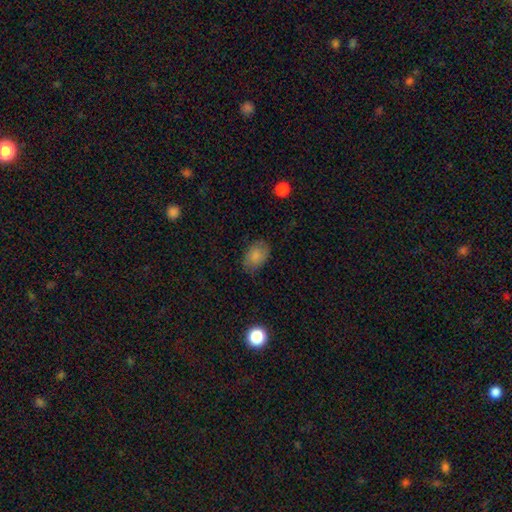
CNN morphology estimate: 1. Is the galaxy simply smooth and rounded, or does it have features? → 82% smooth, 10% featured or disk, 8% star or artifact.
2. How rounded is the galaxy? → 85% in between, 14% round, 1% cigar-shaped.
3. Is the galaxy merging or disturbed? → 74% none, 20% minor disturbance, 5% major disturbance, 1% merger.